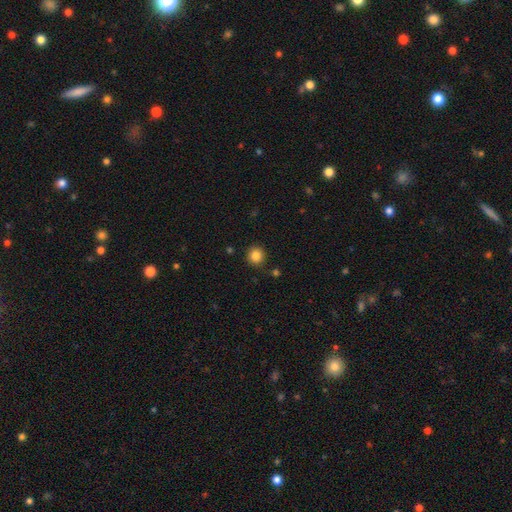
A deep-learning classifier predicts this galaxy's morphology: smooth 85%, star or artifact 11%, featured or disk 4%. Down the decision tree: how rounded — round (90%); merging — none (89%).